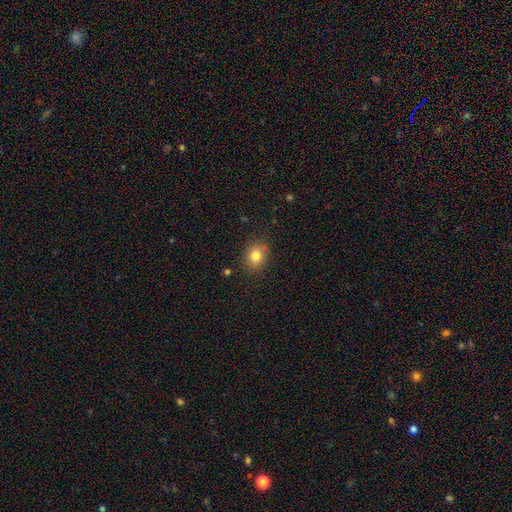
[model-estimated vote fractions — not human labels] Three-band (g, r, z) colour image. It shows a smooth galaxy with no disk features (81%) that is round (57%). Merging: none (82%).